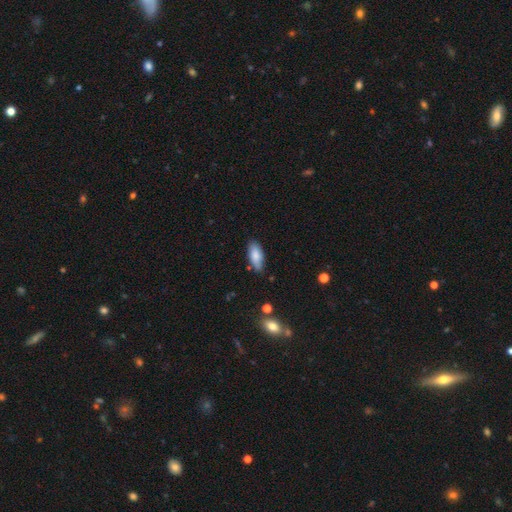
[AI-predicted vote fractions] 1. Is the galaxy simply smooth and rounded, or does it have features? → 81% smooth, 12% featured or disk, 7% star or artifact.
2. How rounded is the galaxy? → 83% in between, 15% cigar-shaped, 2% round.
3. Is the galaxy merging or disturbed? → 73% none, 21% minor disturbance, 3% major disturbance, 3% merger.